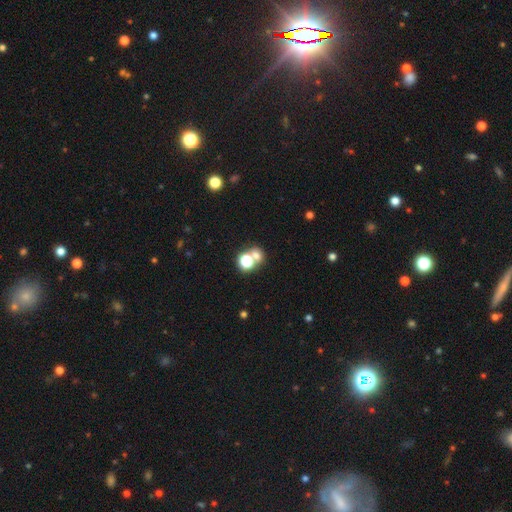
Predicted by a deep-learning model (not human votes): smooth_or_featured: smooth (p=0.61) [alt: star or artifact p=0.28]
how_rounded: round (p=0.69) [alt: in between p=0.29]
merging: none (p=0.47) [alt: merger p=0.41]